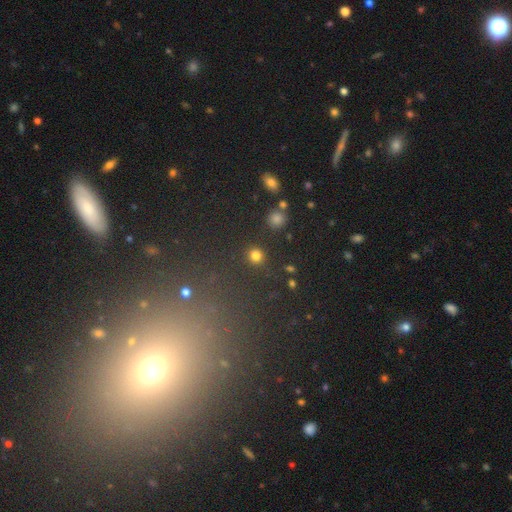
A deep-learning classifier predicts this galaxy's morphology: A smooth galaxy with no disk features (81%) that is round (90%).

Vote fractions:
- Smooth or featured? smooth: 81% / star or artifact: 14% / featured or disk: 5%
- How rounded? round: 90% / in between: 9% / cigar-shaped: 1%
- Merging? none: 89% / minor disturbance: 6% / major disturbance: 3% / merger: 2%